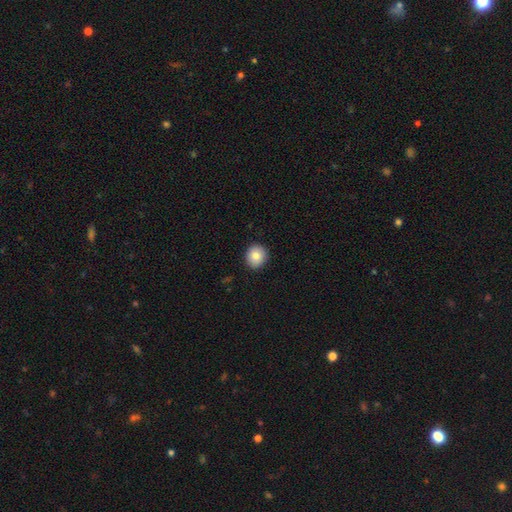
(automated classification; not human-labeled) This appears to be a smooth galaxy with no disk features (82%) that is round (84%). Merging: none (91%).